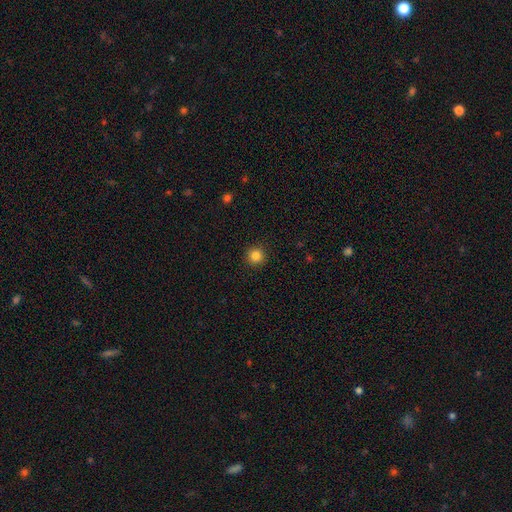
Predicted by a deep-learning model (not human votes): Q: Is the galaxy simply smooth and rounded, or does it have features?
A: smooth — 84%.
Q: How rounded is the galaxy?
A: round — 95%.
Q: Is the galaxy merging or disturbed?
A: none — 92%.